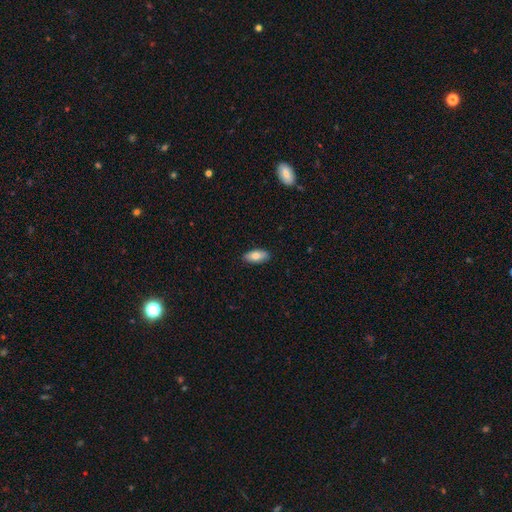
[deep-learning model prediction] This appears to be a smooth galaxy with no disk features (78%) that is in between round and cigar-shaped (86%). Merging: none (88%).